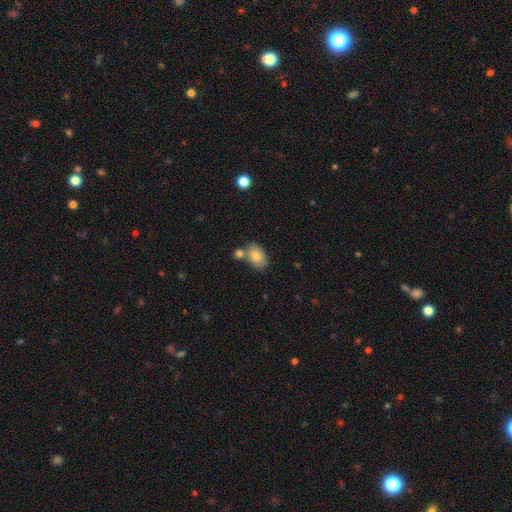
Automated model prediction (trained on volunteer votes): A smooth galaxy with no disk features (80%) that is in between round and cigar-shaped (83%). Merging: none (57%).